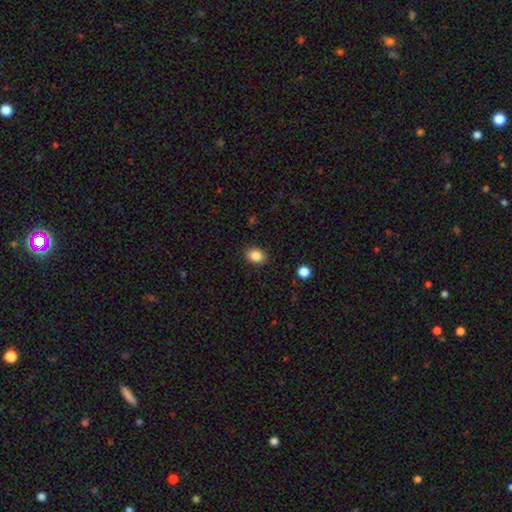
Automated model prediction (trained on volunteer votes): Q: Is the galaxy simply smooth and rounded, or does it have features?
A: smooth — 85%.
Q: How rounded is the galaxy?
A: in between — 65%.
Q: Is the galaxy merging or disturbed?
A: none — 88%.